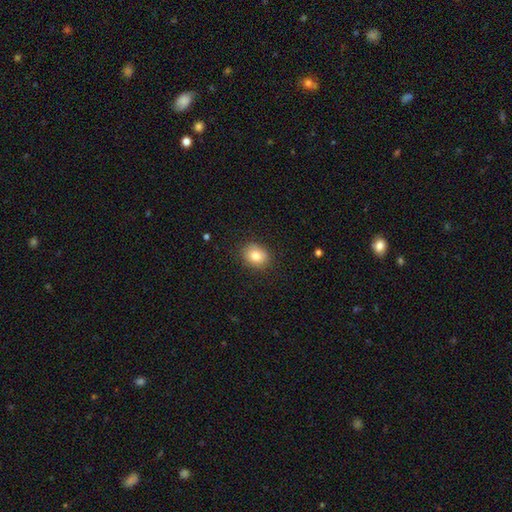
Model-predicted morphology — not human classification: Overall: smooth (83%). How rounded: round (53%; in between 46%). Merging: none (82%).